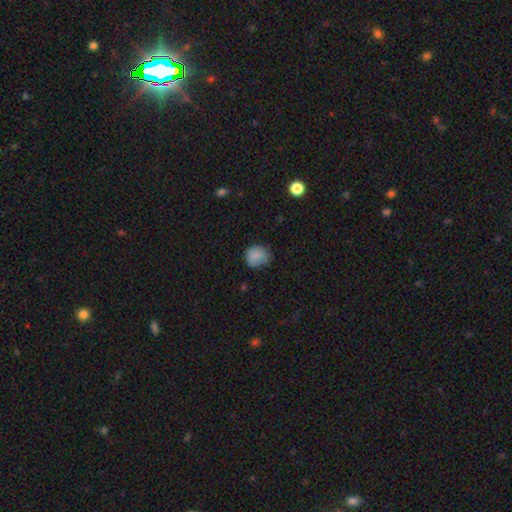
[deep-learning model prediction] Smooth or featured? Predicted: smooth (p=0.84). How rounded? Predicted: round (p=0.81). Merging? Predicted: none (p=0.73).